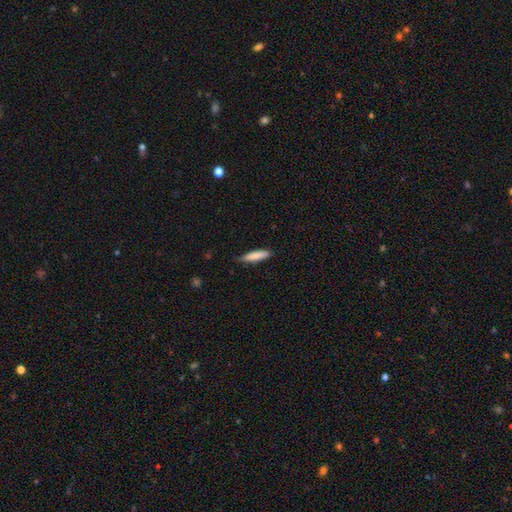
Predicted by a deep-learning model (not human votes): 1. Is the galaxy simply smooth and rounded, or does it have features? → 84% smooth, 11% featured or disk, 6% star or artifact.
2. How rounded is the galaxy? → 81% cigar-shaped, 17% in between, 1% round.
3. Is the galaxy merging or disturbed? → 80% none, 17% minor disturbance, 2% major disturbance, 1% merger.